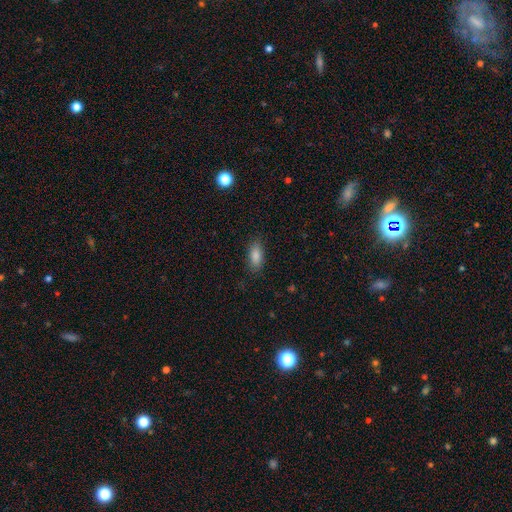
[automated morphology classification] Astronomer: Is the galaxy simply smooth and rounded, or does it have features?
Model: smooth — 85%.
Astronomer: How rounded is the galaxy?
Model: in between — 86%.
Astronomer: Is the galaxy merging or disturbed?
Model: none — 84%.